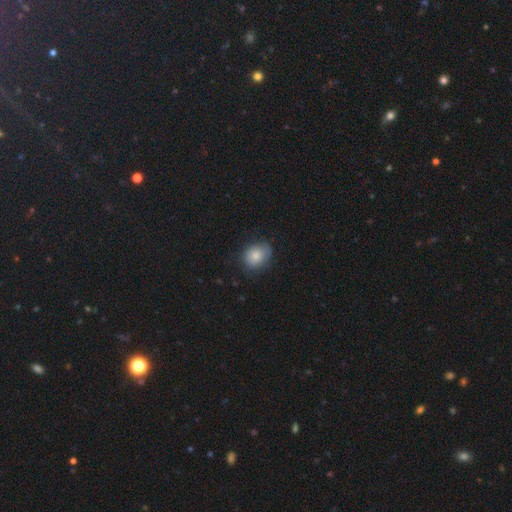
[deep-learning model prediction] Smooth or featured: smooth — 81% (featured or disk — 11%)
How rounded: in between — 52% (round — 47%)
Merging: none — 71% (minor disturbance — 22%)